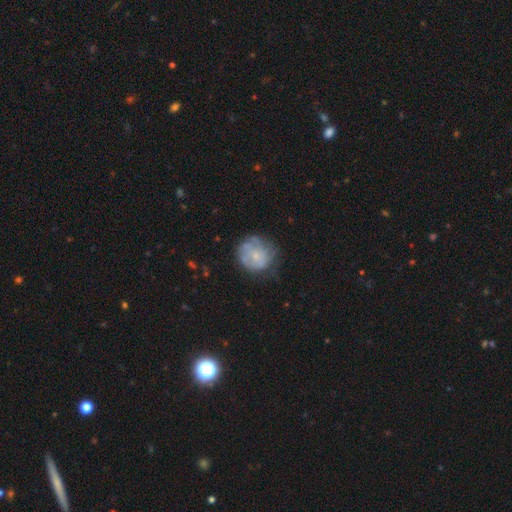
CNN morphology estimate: A featured or disk galaxy (46%).

Vote fractions:
- Smooth or featured? featured or disk: 46% / smooth: 45% / star or artifact: 9%
- Merging? none: 56% / minor disturbance: 26% / major disturbance: 15% / merger: 2%